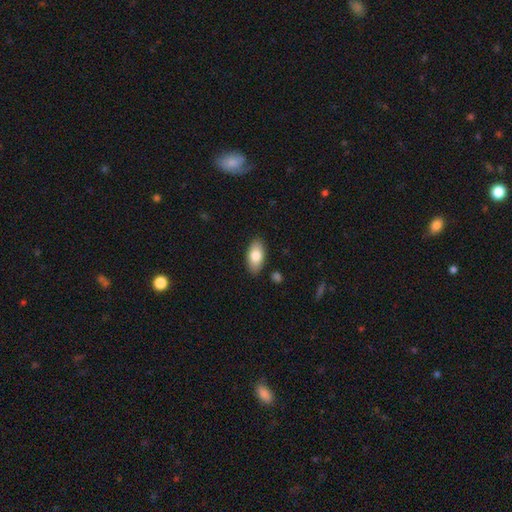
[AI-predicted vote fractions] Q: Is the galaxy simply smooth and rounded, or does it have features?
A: smooth — 79%.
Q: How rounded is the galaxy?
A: in between — 92%.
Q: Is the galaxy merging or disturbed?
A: none — 87%.